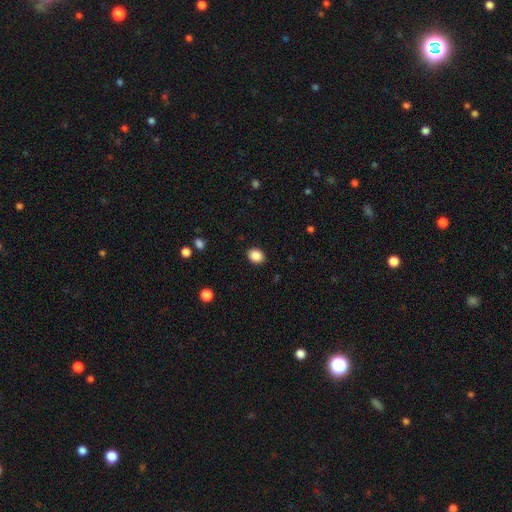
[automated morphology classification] Overall: smooth (88%). How rounded: in between (53%; round 46%). Merging: none (90%).